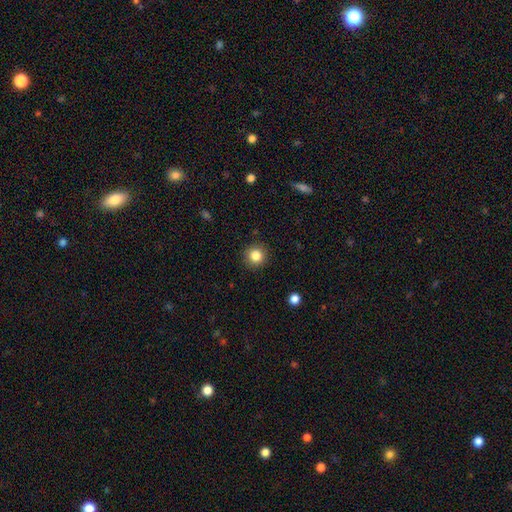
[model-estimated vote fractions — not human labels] This appears to be a smooth galaxy with no disk features (84%) that is round (94%). Merging: none (91%).